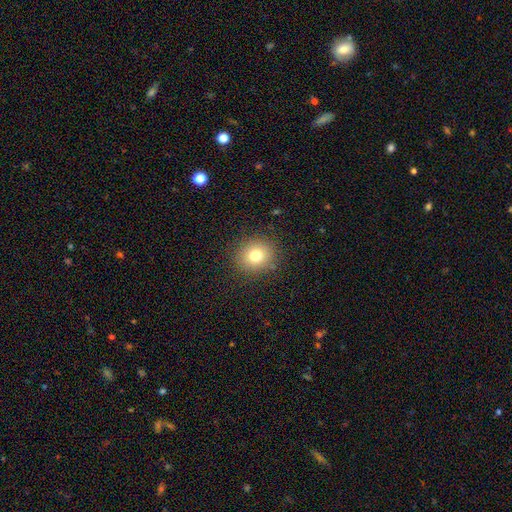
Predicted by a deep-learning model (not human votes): smooth 77%, star or artifact 13%, featured or disk 10%. Down the decision tree: how rounded — round (85%); merging — none (88%).